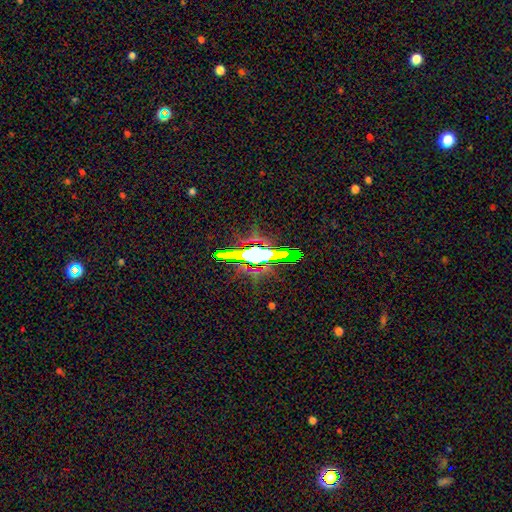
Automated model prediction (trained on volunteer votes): Smooth or featured? Predicted: star or artifact (p=0.61).